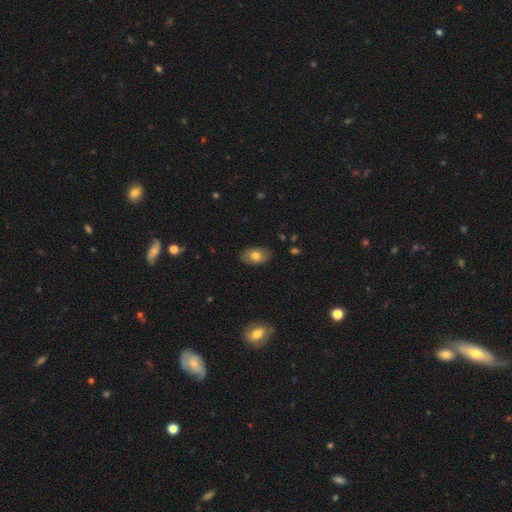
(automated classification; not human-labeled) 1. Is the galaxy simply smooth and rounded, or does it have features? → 72% smooth, 21% featured or disk, 8% star or artifact.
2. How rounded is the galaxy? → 91% in between, 7% round, 2% cigar-shaped.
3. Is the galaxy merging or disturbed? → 86% none, 11% minor disturbance, 2% major disturbance, 1% merger.